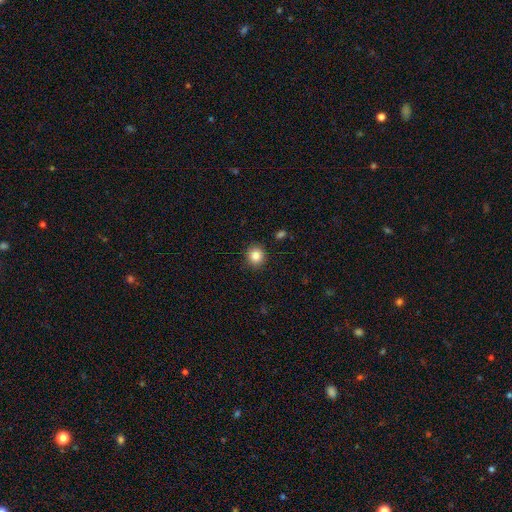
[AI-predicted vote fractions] A smooth galaxy with no disk features (85%) that is round (90%). Merging: none (90%).